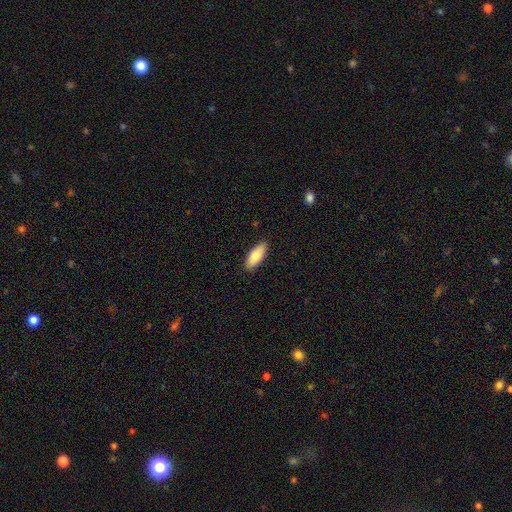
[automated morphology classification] smooth-or-featured: smooth: 76% | featured or disk: 18% | star or artifact: 6%
  how-rounded: in between: 79% | cigar-shaped: 19% | round: 2%
  merging: none: 89% | minor disturbance: 8% | major disturbance: 2% | merger: 1%